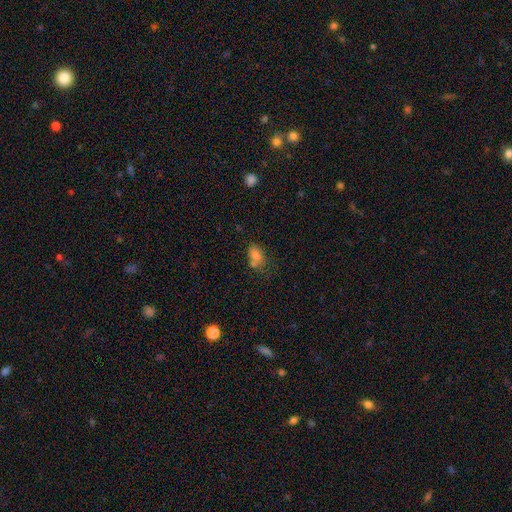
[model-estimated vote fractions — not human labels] Smooth or featured?
  - smooth: 74% *
  - star or artifact: 14%
  - featured or disk: 13%
How rounded?
  - in between: 75% *
  - round: 23%
  - cigar-shaped: 2%
Merging?
  - none: 48% *
  - merger: 25%
  - minor disturbance: 19%
  - major disturbance: 8%